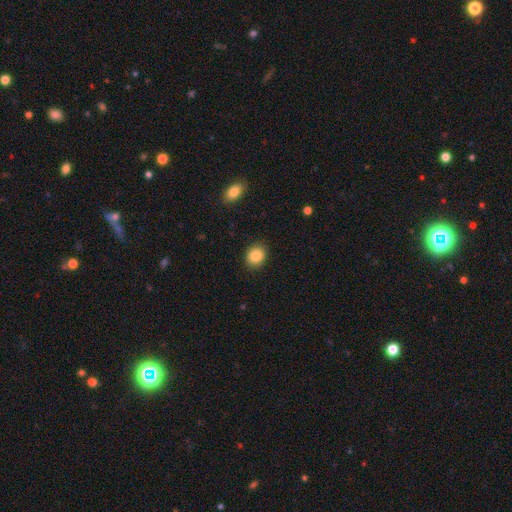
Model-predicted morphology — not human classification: Smooth or featured? smooth (87%)
How rounded? round (67%)
Merging? none (88%)